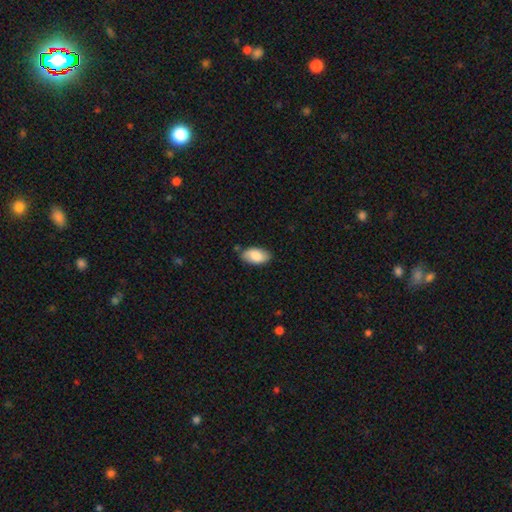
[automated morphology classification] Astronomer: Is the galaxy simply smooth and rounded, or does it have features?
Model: smooth — 81%.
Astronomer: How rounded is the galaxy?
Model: in between — 95%.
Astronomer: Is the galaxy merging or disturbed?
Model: none — 82%.